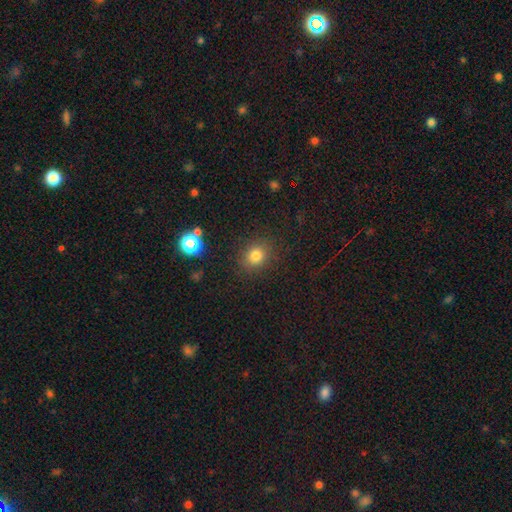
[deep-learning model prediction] Smooth or featured? Predicted: smooth (p=0.78). How rounded? Predicted: round (p=0.77). Merging? Predicted: none (p=0.86).